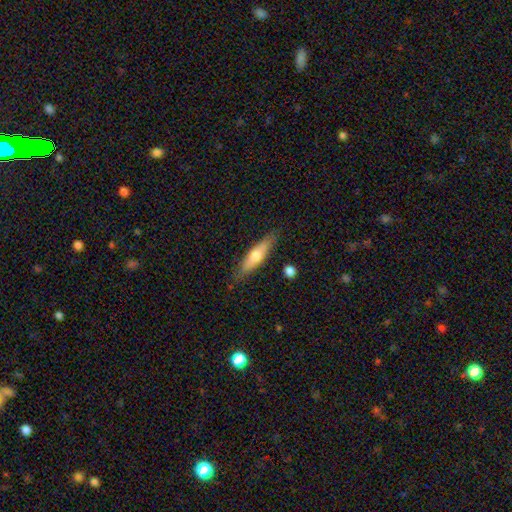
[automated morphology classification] Q: Smooth or featured?
A: smooth (57%); runner-up: featured or disk (37%)
Q: How rounded?
A: cigar-shaped (73%); runner-up: in between (25%)
Q: Merging?
A: none (84%); runner-up: minor disturbance (12%)